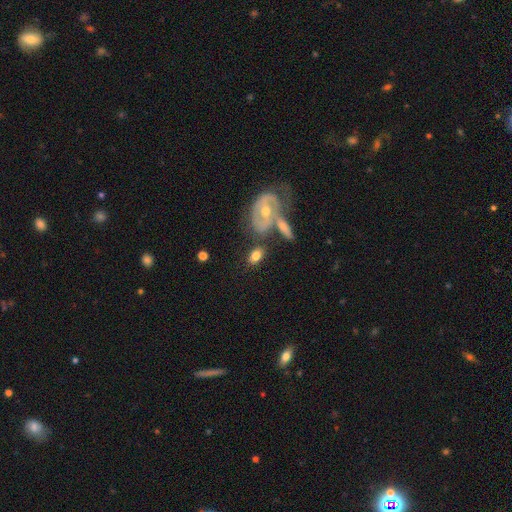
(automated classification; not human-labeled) Q: Smooth or featured?
A: smooth (68%); runner-up: featured or disk (26%)
Q: How rounded?
A: in between (87%); runner-up: round (9%)
Q: Merging?
A: none (54%); runner-up: merger (21%)